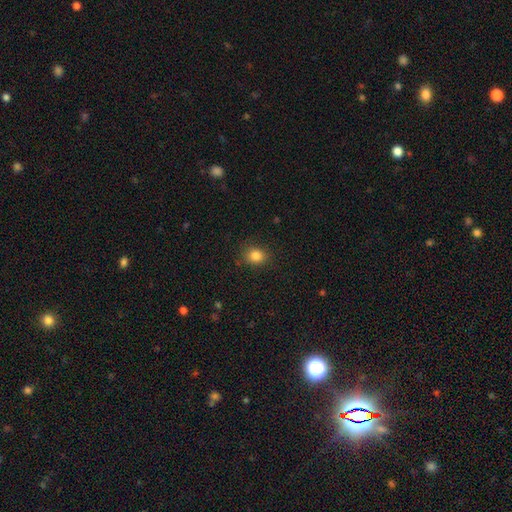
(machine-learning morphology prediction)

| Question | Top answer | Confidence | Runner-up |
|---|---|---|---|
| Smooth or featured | smooth | 84% | star or artifact (11%) |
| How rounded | round | 65% | in between (34%) |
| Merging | none | 85% | minor disturbance (11%) |